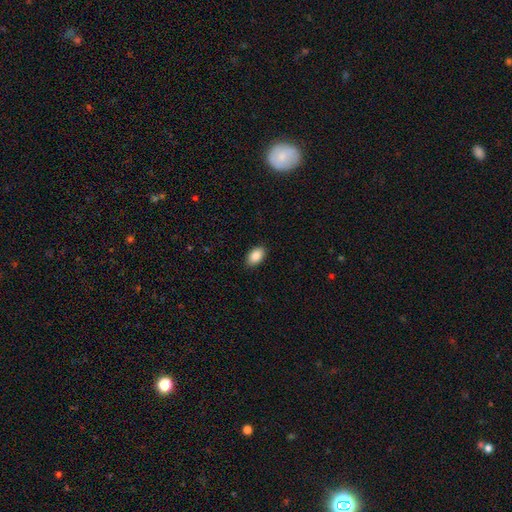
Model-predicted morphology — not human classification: Q: Smooth or featured?
A: smooth (88%); runner-up: star or artifact (7%)
Q: How rounded?
A: in between (93%); runner-up: round (5%)
Q: Merging?
A: none (89%); runner-up: minor disturbance (9%)